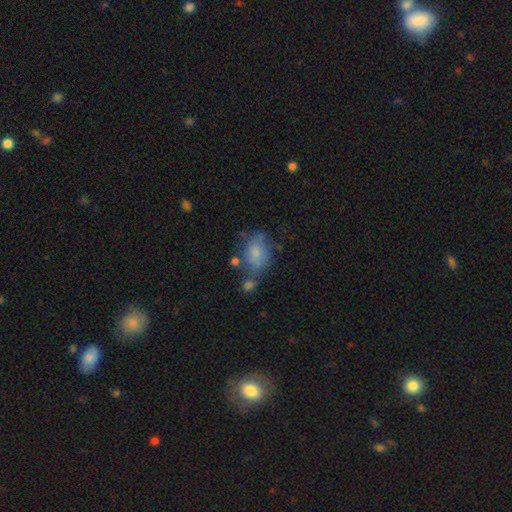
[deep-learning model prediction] smooth 70%, featured or disk 22%, star or artifact 8%. Down the decision tree: how rounded — in between (74%); merging — none (40%).